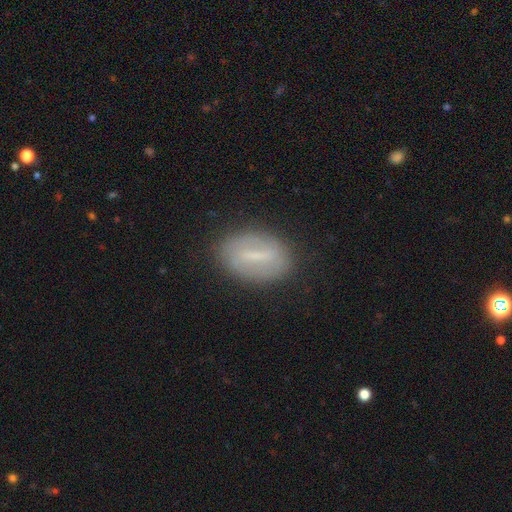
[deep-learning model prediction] smooth-or-featured: featured or disk: 50% | smooth: 42% | star or artifact: 8%
  merging: none: 83% | minor disturbance: 12% | major disturbance: 4% | merger: 1%